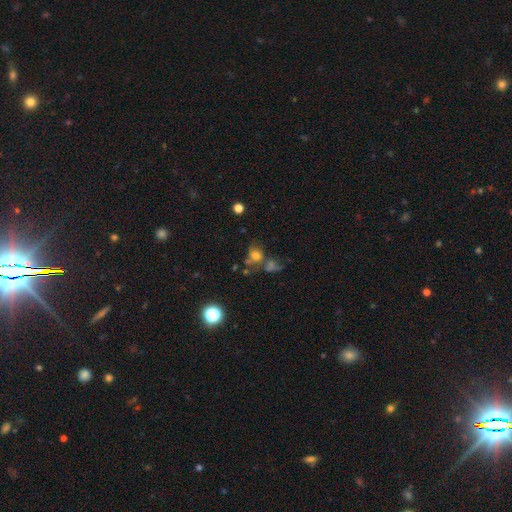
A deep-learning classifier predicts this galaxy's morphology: A smooth galaxy with no disk features (64%) that is round (67%).

Vote fractions:
- Smooth or featured? smooth: 64% / star or artifact: 21% / featured or disk: 16%
- How rounded? round: 67% / in between: 32% / cigar-shaped: 1%
- Merging? none: 40% / merger: 34% / minor disturbance: 14% / major disturbance: 13%